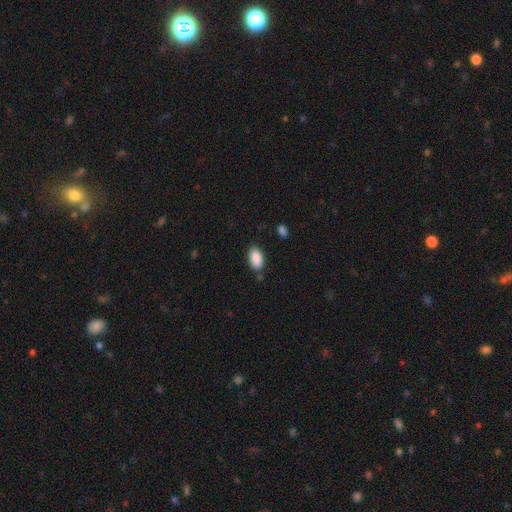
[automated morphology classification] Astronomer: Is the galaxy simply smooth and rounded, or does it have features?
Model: smooth — 90%.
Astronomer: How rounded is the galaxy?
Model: in between — 94%.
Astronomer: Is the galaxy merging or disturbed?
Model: none — 82%.